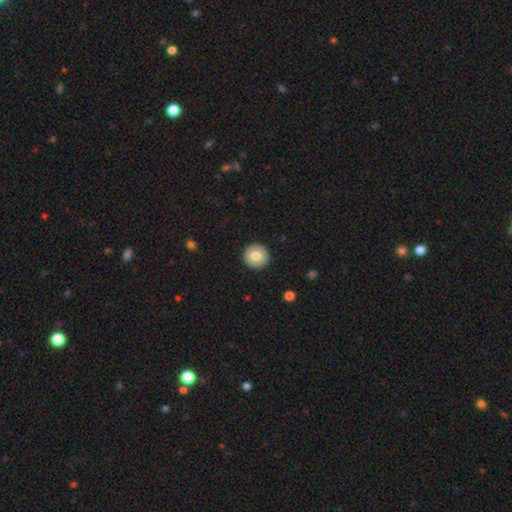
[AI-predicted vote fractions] A smooth galaxy with no disk features (72%) that is round (94%). Merging: none (92%).